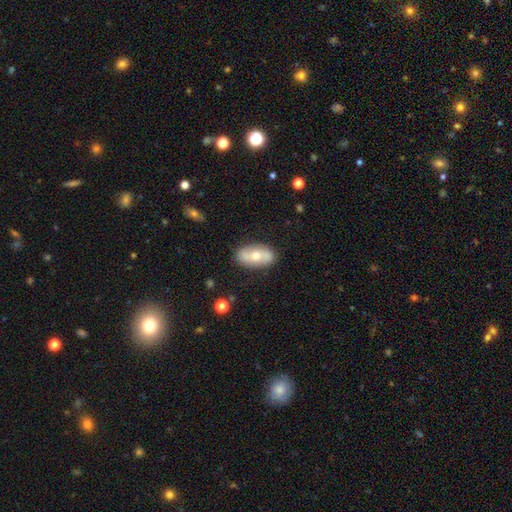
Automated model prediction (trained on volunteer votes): A smooth galaxy with no disk features (52%) that is in between round and cigar-shaped (90%).

Vote fractions:
- Smooth or featured? smooth: 52% / featured or disk: 42% / star or artifact: 6%
- How rounded? in between: 90% / round: 5% / cigar-shaped: 5%
- Merging? none: 83% / minor disturbance: 12% / major disturbance: 3% / merger: 2%